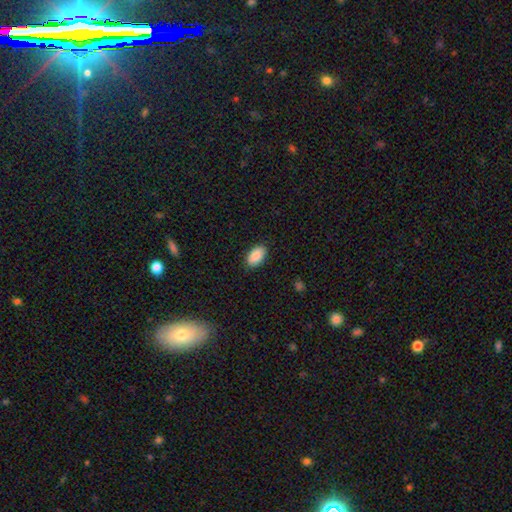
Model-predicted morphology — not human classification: A smooth galaxy with no disk features (90%) that is in between round and cigar-shaped (95%). Merging: none (88%).